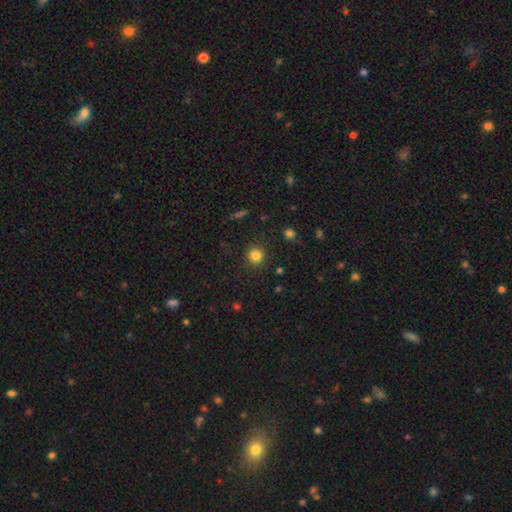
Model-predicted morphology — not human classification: Smooth or featured: smooth — 82% (star or artifact — 12%)
How rounded: round — 93% (in between — 6%)
Merging: none — 90% (minor disturbance — 6%)